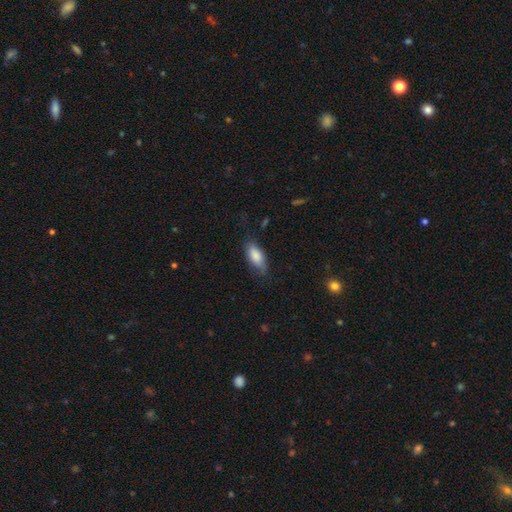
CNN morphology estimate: Smooth or featured? Predicted: smooth (p=0.82). How rounded? Predicted: in between (p=0.85). Merging? Predicted: none (p=0.69).